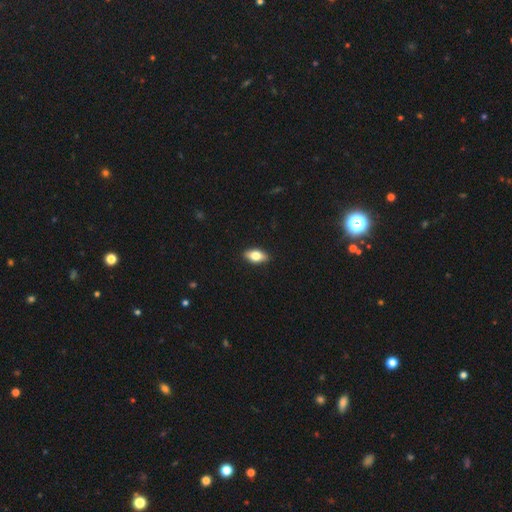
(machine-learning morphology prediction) Overall: smooth (72%). How rounded: in between (86%). Merging: none (88%).